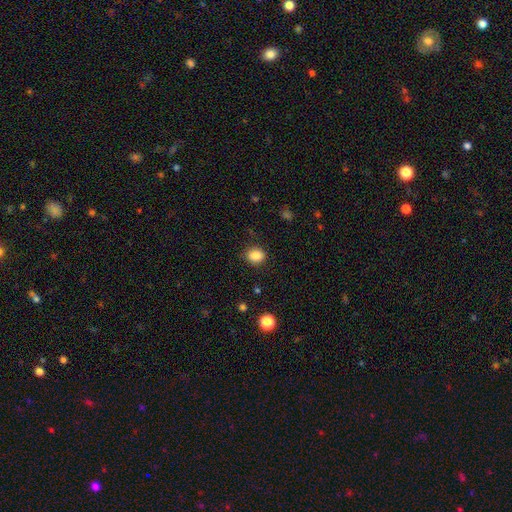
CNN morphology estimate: This is clearly a smooth galaxy (86%). How rounded: possibly round (55%). Merging: clearly none (86%).